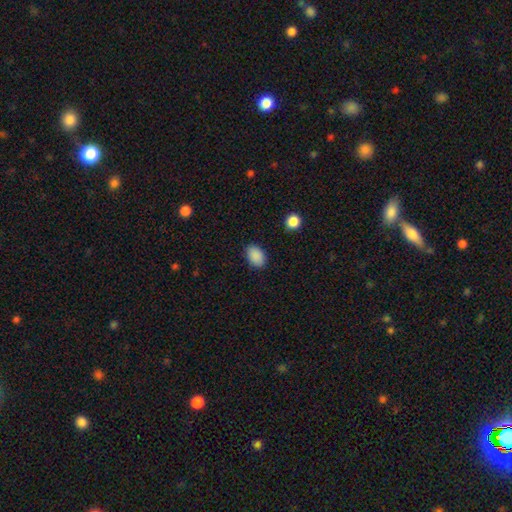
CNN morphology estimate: A smooth galaxy with no disk features (89%) that is in between round and cigar-shaped (84%).

Vote fractions:
- Smooth or featured? smooth: 89% / star or artifact: 8% / featured or disk: 3%
- How rounded? in between: 84% / round: 15% / cigar-shaped: 1%
- Merging? none: 87% / minor disturbance: 10% / major disturbance: 2% / merger: 1%